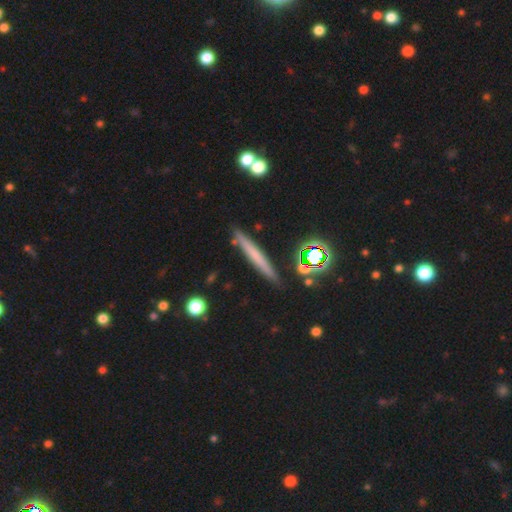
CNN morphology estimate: A smooth galaxy with no disk features (56%) that is cigar-shaped (94%). Merging: none (87%).